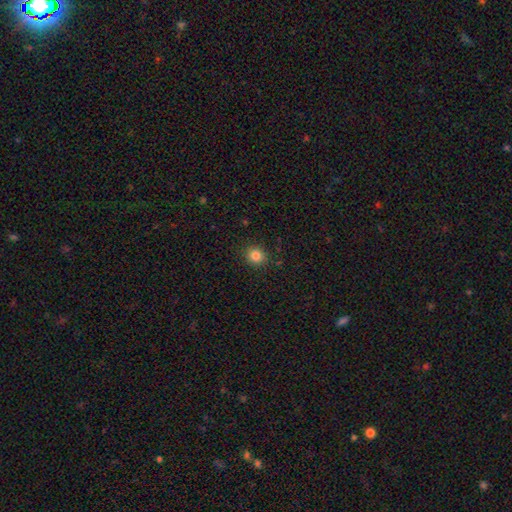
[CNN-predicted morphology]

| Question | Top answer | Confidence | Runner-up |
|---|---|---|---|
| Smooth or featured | smooth | 84% | star or artifact (12%) |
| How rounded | round | 81% | in between (18%) |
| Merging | none | 90% | minor disturbance (7%) |